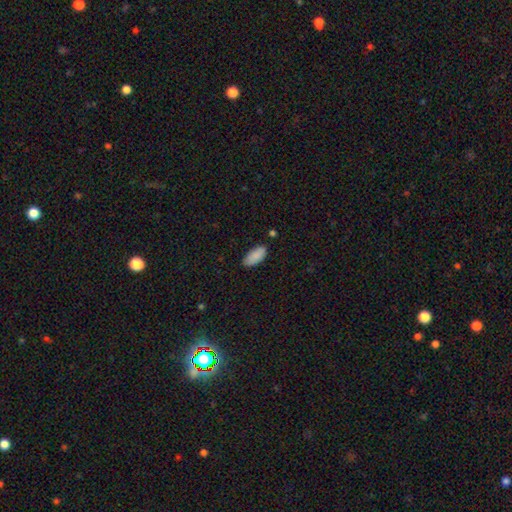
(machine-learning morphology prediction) type=smooth (89%); roundness=in between (91%); merging=none (82%).